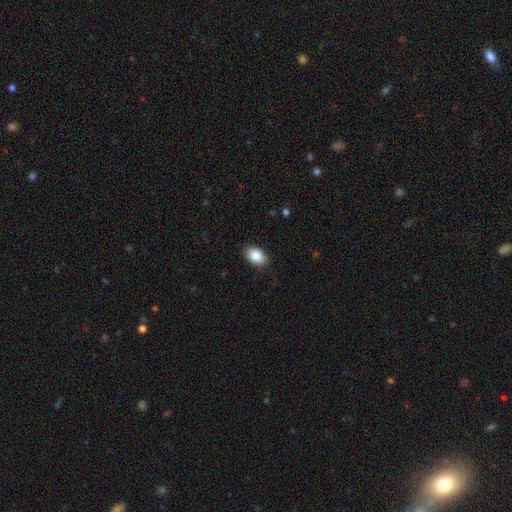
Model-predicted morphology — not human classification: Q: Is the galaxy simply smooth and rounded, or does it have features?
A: smooth — 86%.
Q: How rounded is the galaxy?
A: in between — 88%.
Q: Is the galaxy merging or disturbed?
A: none — 87%.